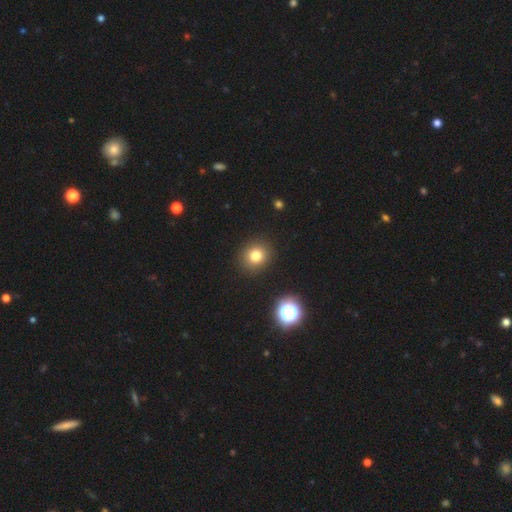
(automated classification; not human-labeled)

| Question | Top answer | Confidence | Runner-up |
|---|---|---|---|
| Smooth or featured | smooth | 79% | star or artifact (15%) |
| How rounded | round | 85% | in between (14%) |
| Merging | none | 91% | minor disturbance (5%) |